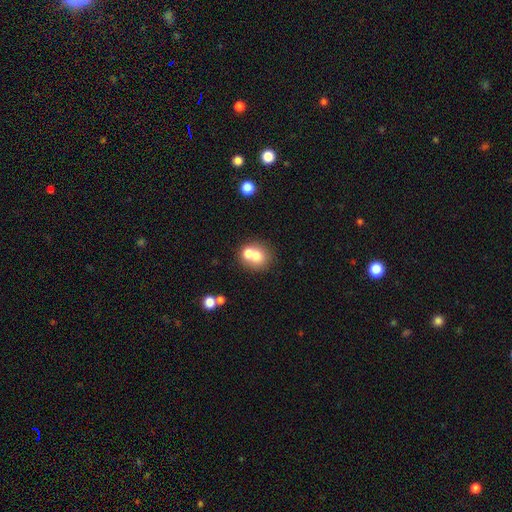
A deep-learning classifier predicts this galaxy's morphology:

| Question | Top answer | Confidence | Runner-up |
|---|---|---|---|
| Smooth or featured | smooth | 69% | featured or disk (20%) |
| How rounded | round | 77% | in between (22%) |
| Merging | merger | 49% | none (40%) |